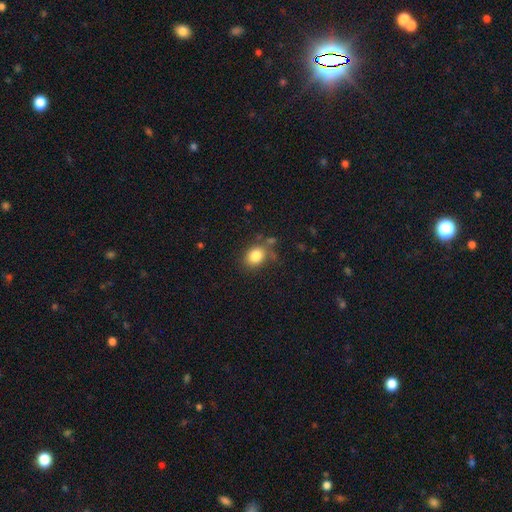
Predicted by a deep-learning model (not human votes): Smooth or featured: smooth — 83% (star or artifact — 10%)
How rounded: in between — 55% (round — 44%)
Merging: none — 71% (minor disturbance — 17%)